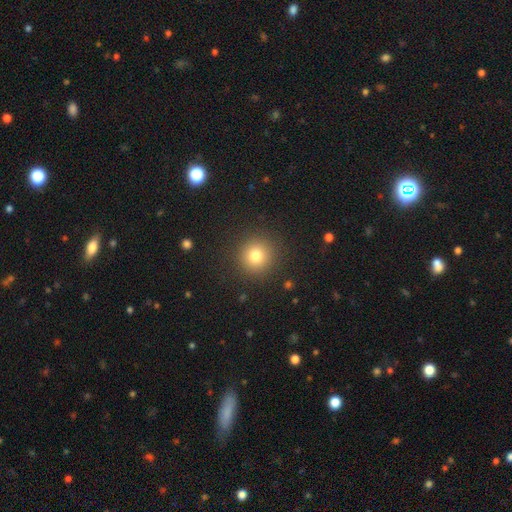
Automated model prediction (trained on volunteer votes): Q: Smooth or featured?
A: smooth (79%); runner-up: star or artifact (13%)
Q: How rounded?
A: round (94%); runner-up: in between (5%)
Q: Merging?
A: none (90%); runner-up: minor disturbance (6%)